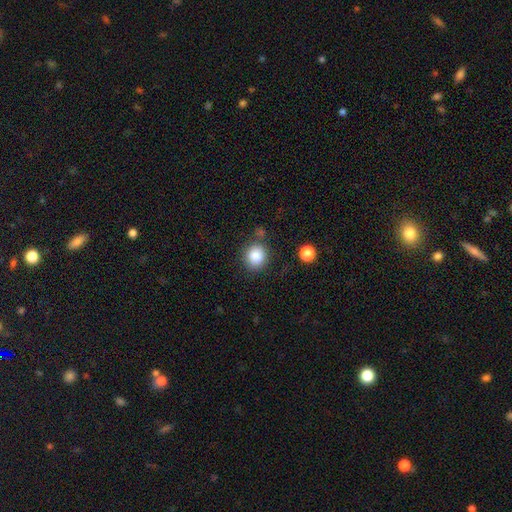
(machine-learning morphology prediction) The model was most divided on "how rounded": round: 83%, in between: 16%, cigar-shaped: 1%. More confident: smooth or featured — smooth (85%); merging — none (79%).